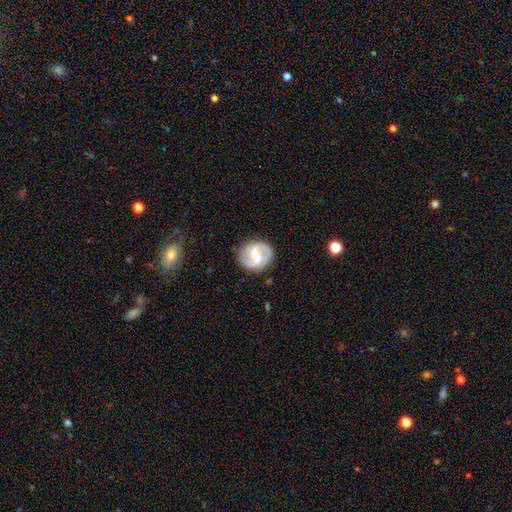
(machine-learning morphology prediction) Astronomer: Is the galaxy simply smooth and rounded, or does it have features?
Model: featured or disk — 83%.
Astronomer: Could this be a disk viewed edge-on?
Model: no — 98%.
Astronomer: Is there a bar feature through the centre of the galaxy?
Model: strong — 45% (runner-up: weak, 43%).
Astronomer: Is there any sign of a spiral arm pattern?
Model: yes — 93%.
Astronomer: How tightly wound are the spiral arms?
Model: medium — 48% (runner-up: loose, 30%).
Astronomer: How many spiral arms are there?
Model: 2 — 91%.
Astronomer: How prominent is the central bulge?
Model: moderate — 48% (runner-up: small, 42%).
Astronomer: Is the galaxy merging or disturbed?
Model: none — 82%.